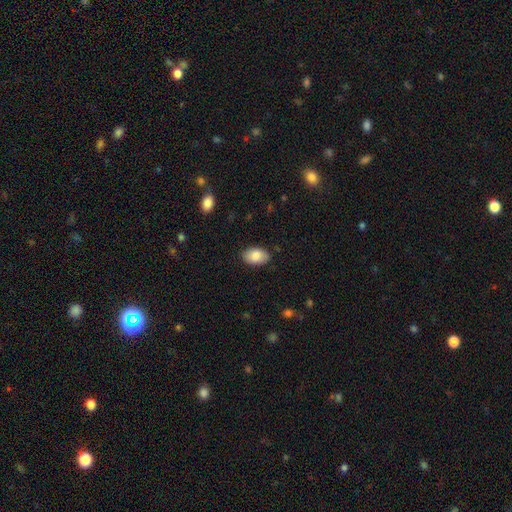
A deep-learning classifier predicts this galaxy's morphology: A smooth galaxy with no disk features (86%) that is in between round and cigar-shaped (92%). Merging: none (85%).